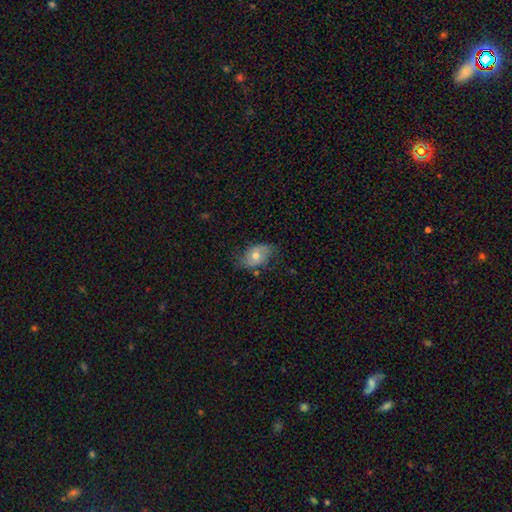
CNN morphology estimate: type=smooth (57%); roundness=in between (82%); merging=none (63%).